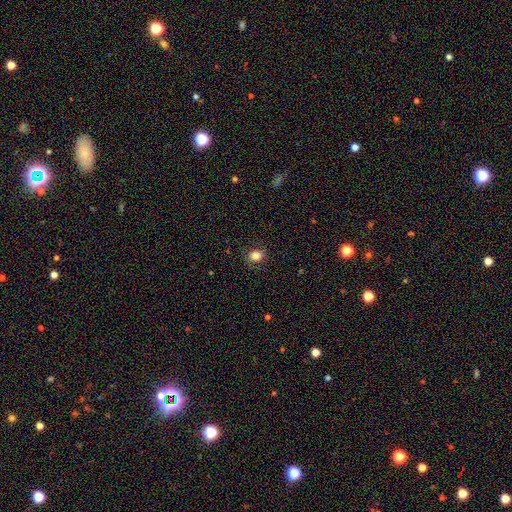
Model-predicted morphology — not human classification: Smooth or featured: smooth — 82% (star or artifact — 11%)
How rounded: round — 69% (in between — 30%)
Merging: none — 85% (minor disturbance — 11%)